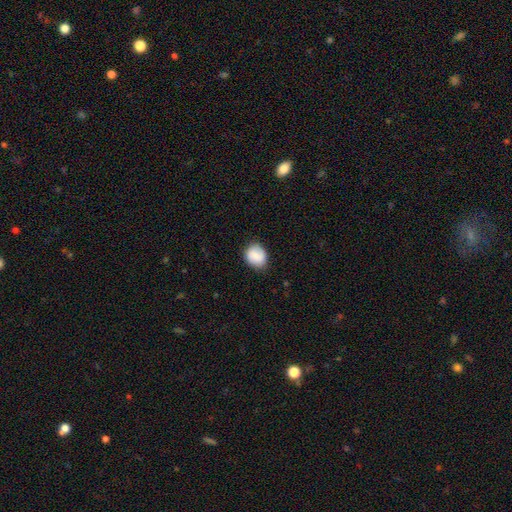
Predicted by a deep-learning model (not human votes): smooth-or-featured: smooth: 77% | featured or disk: 16% | star or artifact: 7%
  how-rounded: round: 64% | in between: 35% | cigar-shaped: 1%
  merging: none: 81% | minor disturbance: 14% | major disturbance: 3% | merger: 1%